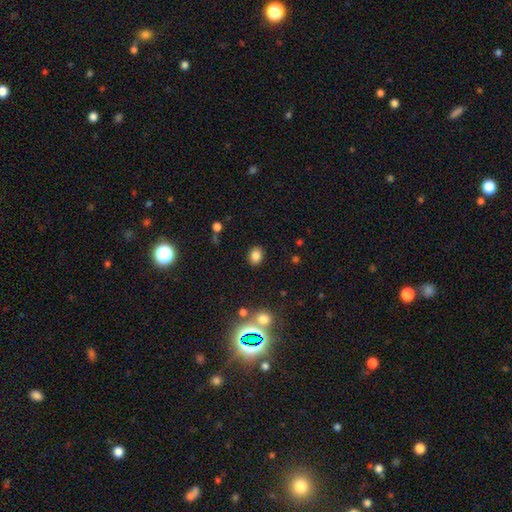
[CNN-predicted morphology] Smooth or featured?
  - smooth: 82% *
  - star or artifact: 12%
  - featured or disk: 6%
How rounded?
  - in between: 65% *
  - round: 34%
  - cigar-shaped: 1%
Merging?
  - none: 86% *
  - minor disturbance: 9%
  - major disturbance: 3%
  - merger: 2%